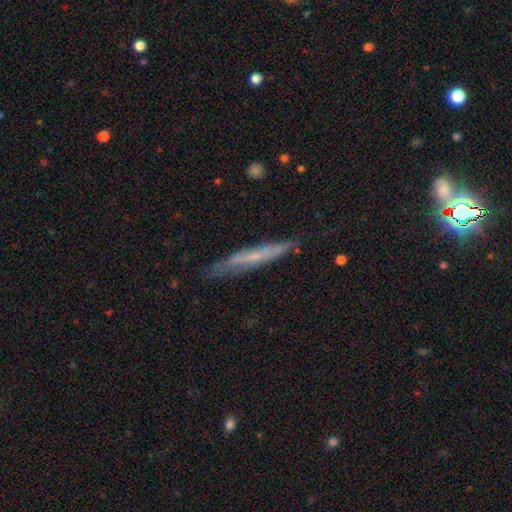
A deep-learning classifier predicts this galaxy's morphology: A featured or disk galaxy (54%) viewed edge-on (81%). Merging: none (78%).